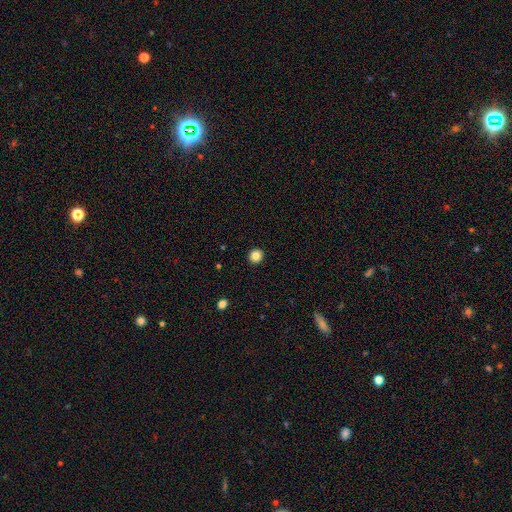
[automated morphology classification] The model was most divided on "smooth or featured": smooth: 84%, star or artifact: 11%, featured or disk: 5%. More confident: how rounded — round (94%); merging — none (93%).